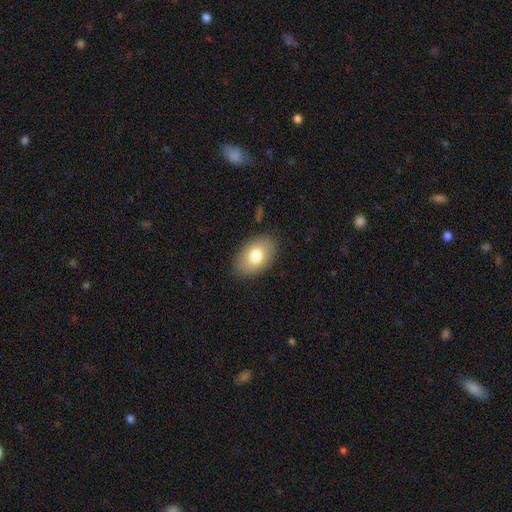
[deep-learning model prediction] smooth_or_featured: smooth (p=0.76) [alt: featured or disk p=0.16]
how_rounded: in between (p=0.88) [alt: round p=0.11]
merging: none (p=0.86) [alt: minor disturbance p=0.10]